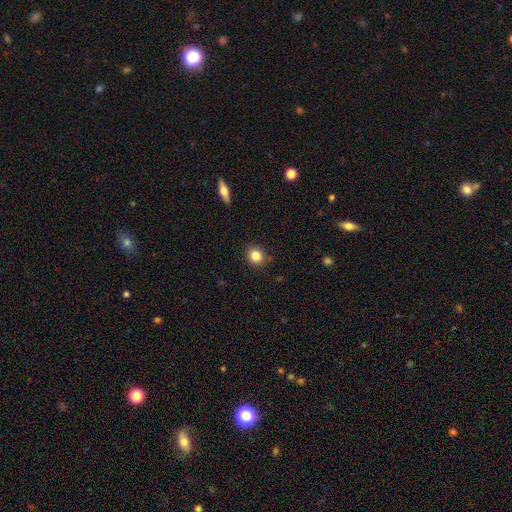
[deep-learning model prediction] smooth-or-featured: smooth: 85% | star or artifact: 10% | featured or disk: 5%
  how-rounded: round: 81% | in between: 18% | cigar-shaped: 1%
  merging: none: 88% | minor disturbance: 8% | major disturbance: 2% | merger: 1%